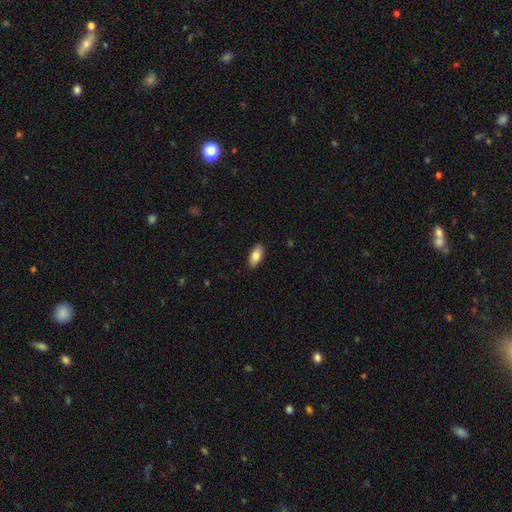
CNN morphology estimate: smooth_or_featured: smooth (p=0.84) [alt: featured or disk p=0.09]
how_rounded: in between (p=0.92) [alt: cigar-shaped p=0.06]
merging: none (p=0.89) [alt: minor disturbance p=0.08]